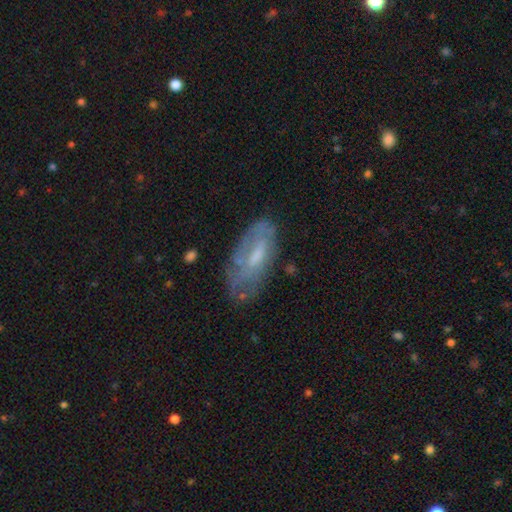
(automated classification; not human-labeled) Morphology: type=featured or disk (53%); edge-on=no (86%); merging=none (61%).